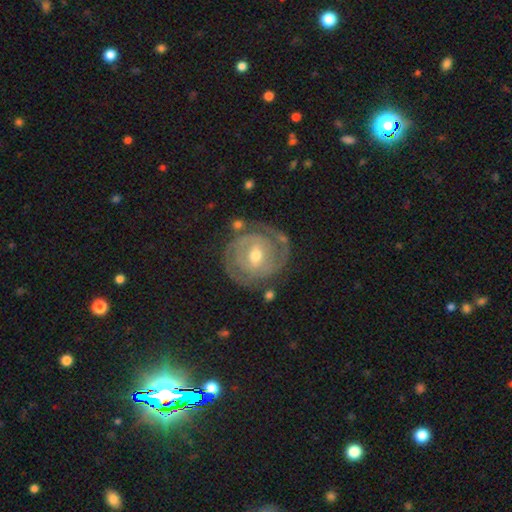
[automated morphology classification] Q: Smooth or featured?
A: featured or disk (83%); runner-up: smooth (12%)
Q: Edge-on disk?
A: no (97%); runner-up: yes (3%)
Q: Bar?
A: weak (49%); runner-up: no (32%)
Q: Spiral arms?
A: yes (89%); runner-up: no (11%)
Q: Spiral winding?
A: tight (75%); runner-up: medium (20%)
Q: Spiral arm count?
A: 2 (55%); runner-up: can't tell (23%)
Q: Bulge size?
A: moderate (64%); runner-up: small (31%)
Q: Merging?
A: none (72%); runner-up: minor disturbance (16%)